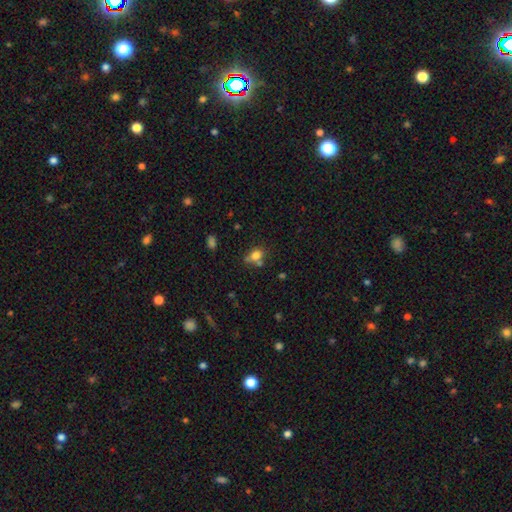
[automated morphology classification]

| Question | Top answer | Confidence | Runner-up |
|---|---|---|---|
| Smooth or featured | smooth | 76% | star or artifact (13%) |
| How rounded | in between | 50% | round (48%) |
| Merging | none | 51% | merger (26%) |